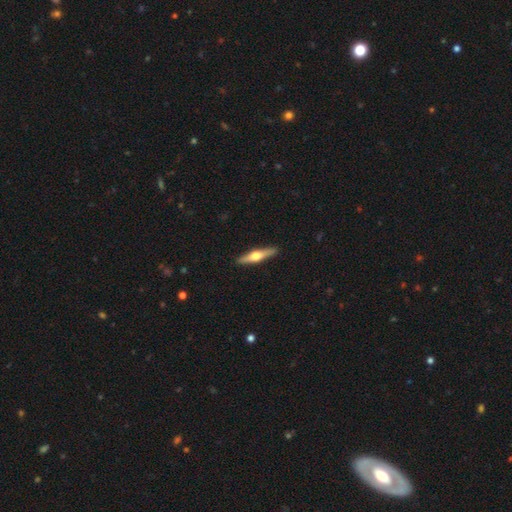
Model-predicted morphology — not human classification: featured or disk 60%, smooth 35%, star or artifact 5%. Down the decision tree: edge-on disk — yes (96%); edge-on bulge — rounded (95%); merging — none (91%).